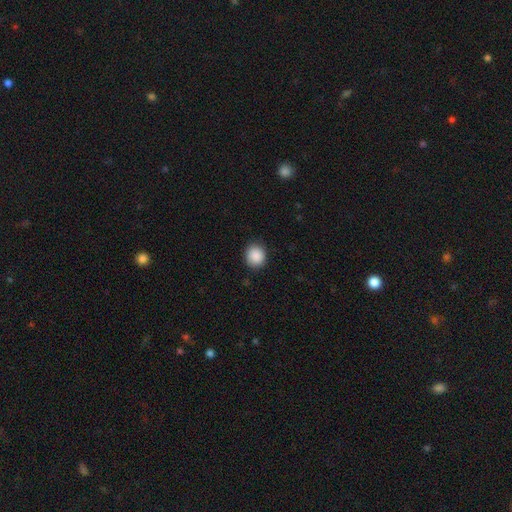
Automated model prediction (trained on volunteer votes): smooth_or_featured: smooth (p=0.89) [alt: star or artifact p=0.08]
how_rounded: round (p=0.79) [alt: in between p=0.20]
merging: none (p=0.88) [alt: minor disturbance p=0.09]